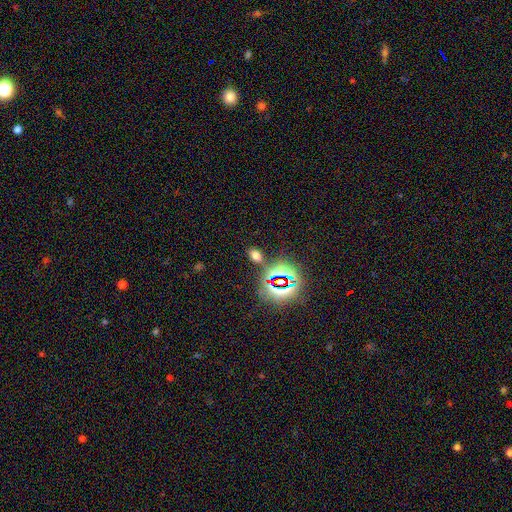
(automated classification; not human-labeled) This is possibly a smooth galaxy (56%). How rounded: clearly in between (82%). Merging: likely none (79%).